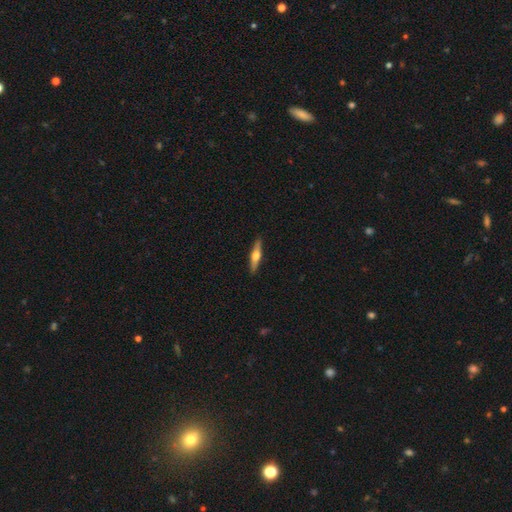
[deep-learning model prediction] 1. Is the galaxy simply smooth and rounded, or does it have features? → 56% featured or disk, 39% smooth, 5% star or artifact.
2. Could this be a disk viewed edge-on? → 96% yes, 4% no.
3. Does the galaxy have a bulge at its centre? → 93% rounded, 4% boxy, 3% none.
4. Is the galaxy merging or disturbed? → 91% none, 7% minor disturbance, 1% major disturbance, 1% merger.